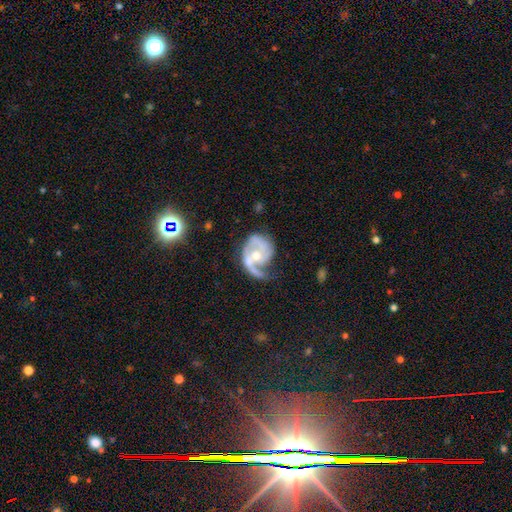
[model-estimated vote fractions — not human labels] This appears to be a featured or disk galaxy (83%) with no bar (65%), 2 (46%) medium (44%) spiral arms (90%) and a moderate central bulge (64%). Merging: none (32%).